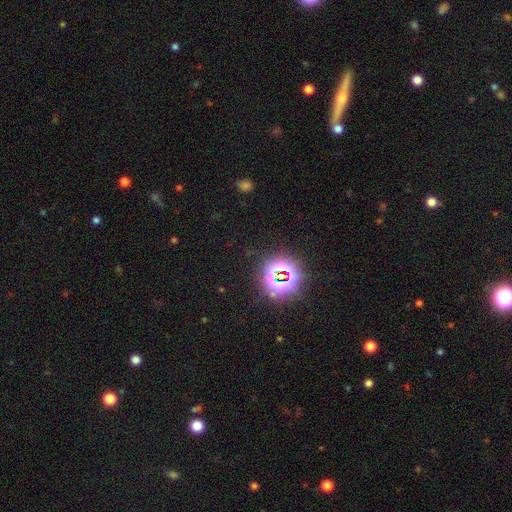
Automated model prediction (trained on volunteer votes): This is likely a star or artifact rather than a galaxy (76%).